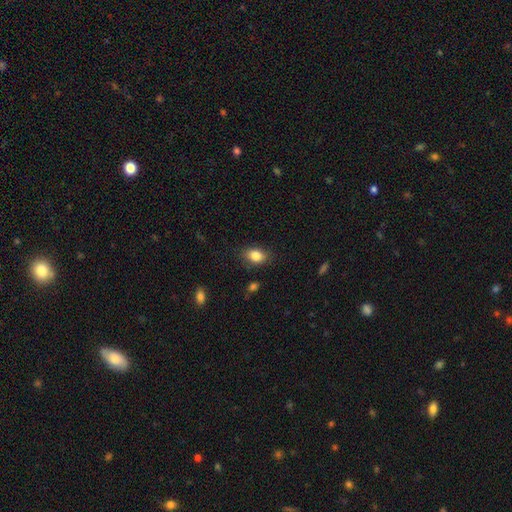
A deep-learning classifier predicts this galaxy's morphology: Smooth or featured?
  - smooth: 84% *
  - star or artifact: 9%
  - featured or disk: 7%
How rounded?
  - in between: 78% *
  - round: 20%
  - cigar-shaped: 2%
Merging?
  - none: 83% *
  - minor disturbance: 13%
  - major disturbance: 3%
  - merger: 1%